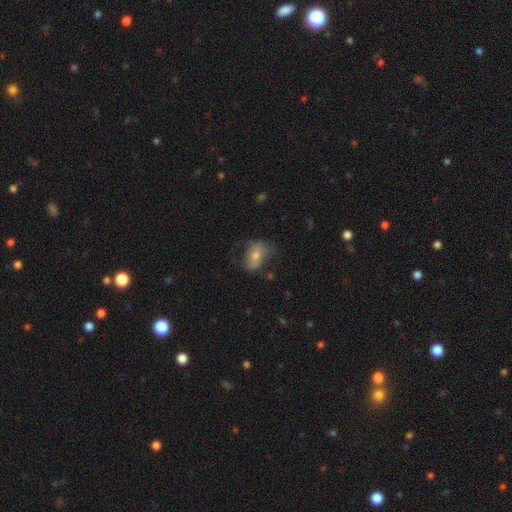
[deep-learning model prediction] smooth-or-featured: smooth: 50% | featured or disk: 38% | star or artifact: 12%
  merging: none: 56% | minor disturbance: 27% | major disturbance: 15% | merger: 2%